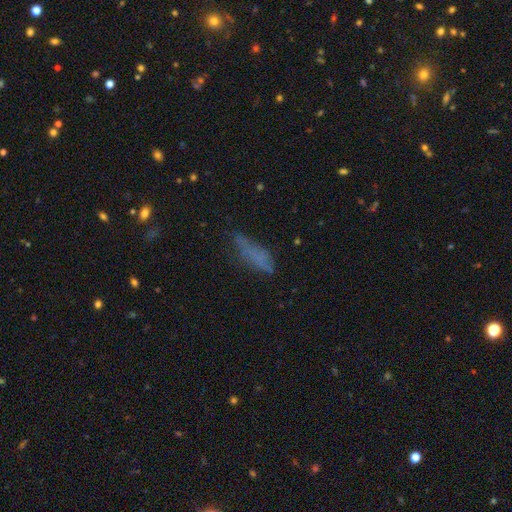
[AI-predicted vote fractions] Smooth or featured? smooth (62%)
How rounded? cigar-shaped (53%)
Merging? none (52%)